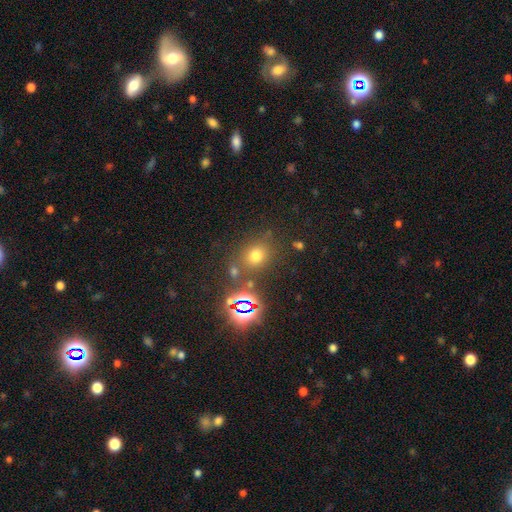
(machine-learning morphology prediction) A smooth galaxy with no disk features (63%) that is round (64%). Merging: none (71%).